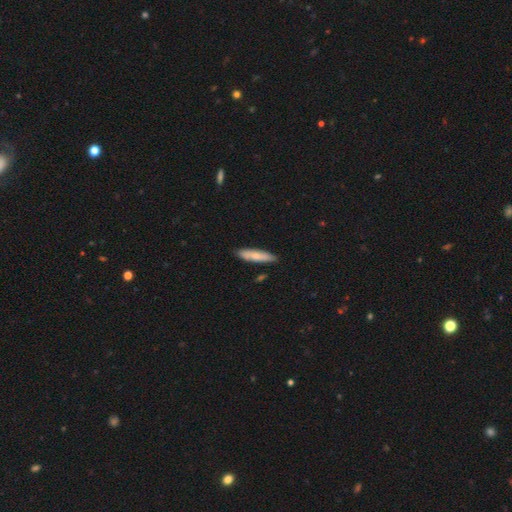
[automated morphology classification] The model was most divided on "smooth or featured": smooth: 69%, featured or disk: 25%, star or artifact: 5%. More confident: merging — none (86%); how rounded — cigar-shaped (81%).